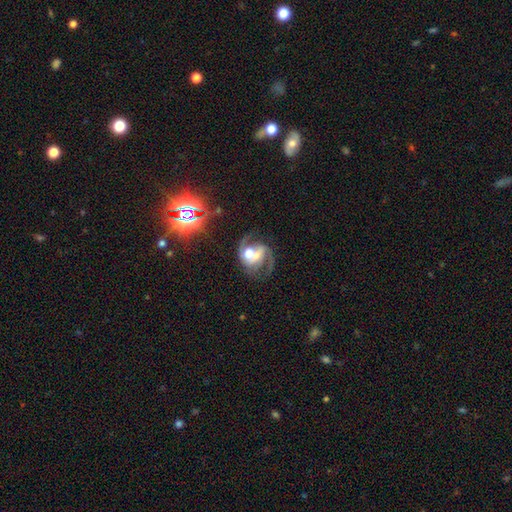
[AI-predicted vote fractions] Q: Smooth or featured?
A: featured or disk (75%); runner-up: smooth (16%)
Q: Edge-on disk?
A: no (98%); runner-up: yes (2%)
Q: Bar?
A: no (55%); runner-up: weak (30%)
Q: Spiral arms?
A: yes (88%); runner-up: no (12%)
Q: Spiral winding?
A: medium (46%); runner-up: loose (37%)
Q: Spiral arm count?
A: 2 (64%); runner-up: 1 (19%)
Q: Bulge size?
A: moderate (59%); runner-up: large (23%)
Q: Merging?
A: none (33%); runner-up: merger (32%)